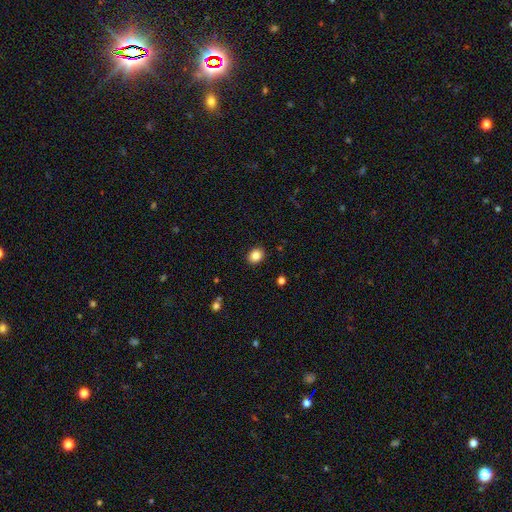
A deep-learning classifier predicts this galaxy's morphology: smooth 85%, star or artifact 10%, featured or disk 5%. Down the decision tree: how rounded — round (54%); merging — none (91%).